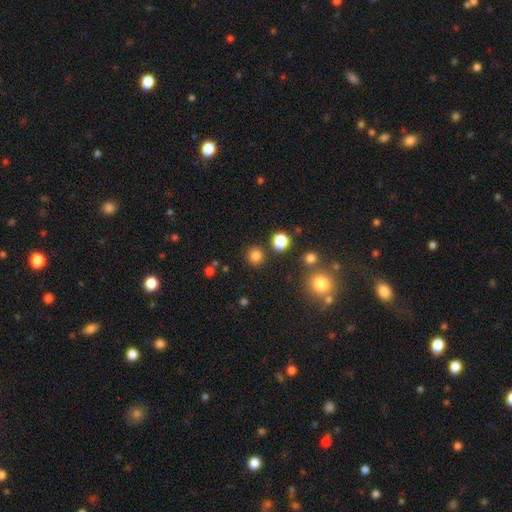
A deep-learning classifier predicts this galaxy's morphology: smooth-or-featured: smooth: 81% | star or artifact: 15% | featured or disk: 4%
  how-rounded: round: 92% | in between: 7% | cigar-shaped: 1%
  merging: none: 87% | minor disturbance: 6% | merger: 4% | major disturbance: 3%